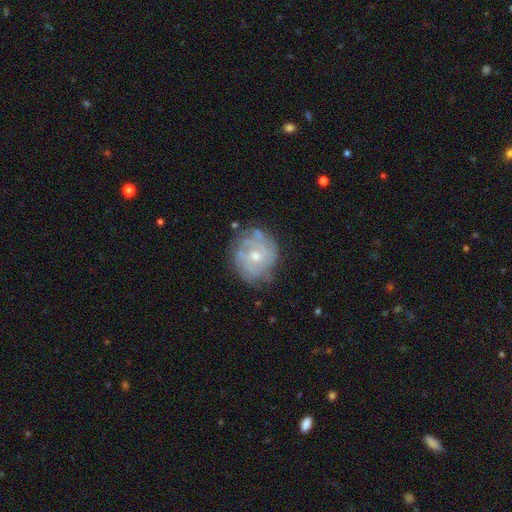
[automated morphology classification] A featured or disk galaxy (73%) with no bar (78%), tight (66%) spiral arms (74%) and a small central bulge (50%).

Vote fractions:
- Smooth or featured? featured or disk: 73% / smooth: 20% / star or artifact: 7%
- Edge-on disk? no: 98% / yes: 2%
- Bar? no: 78% / weak: 19% / strong: 3%
- Spiral arms? yes: 74% / no: 26%
- Spiral winding? tight: 66% / medium: 25% / loose: 9%
- Spiral arm count? can't tell: 55% / 2: 17% / 3: 12% / 4: 8% / 1: 5% / more than 4: 4%
- Bulge size? small: 50% / moderate: 46% / none: 2% / large: 2% / dominant: 1%
- Merging? none: 69% / minor disturbance: 20% / major disturbance: 8% / merger: 2%